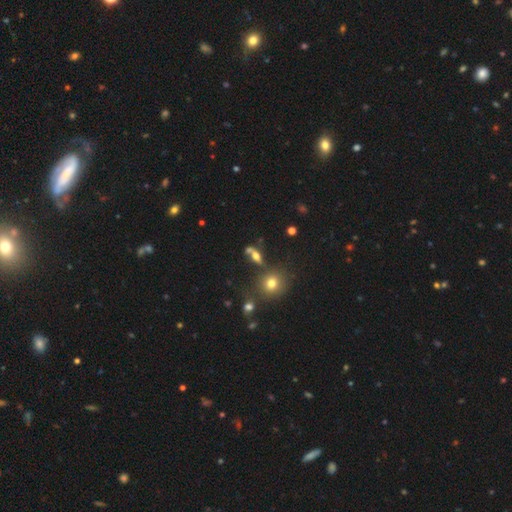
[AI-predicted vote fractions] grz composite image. It shows a smooth galaxy with no disk features (49%). Merging: none (57%).